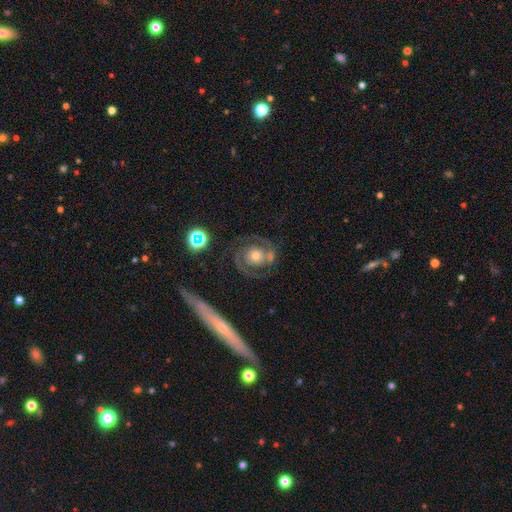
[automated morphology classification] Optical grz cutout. It shows a featured or disk galaxy (87%) with no bar (74%), 2 (91%) tight (53%) spiral arms (96%) and a moderate central bulge (58%). Merging: none (72%).